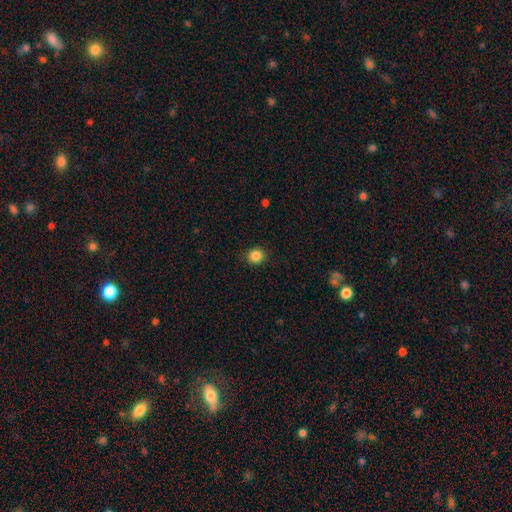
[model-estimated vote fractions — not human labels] This appears to be a smooth galaxy with no disk features (86%) that is round (84%). Merging: none (90%).